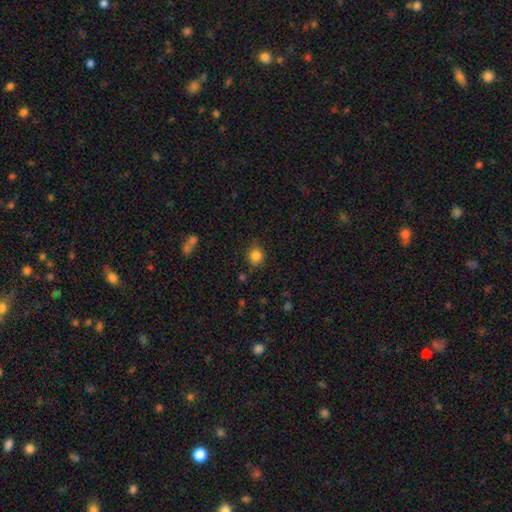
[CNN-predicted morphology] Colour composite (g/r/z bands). It shows a smooth galaxy with no disk features (84%) that is round (86%). Merging: none (83%).